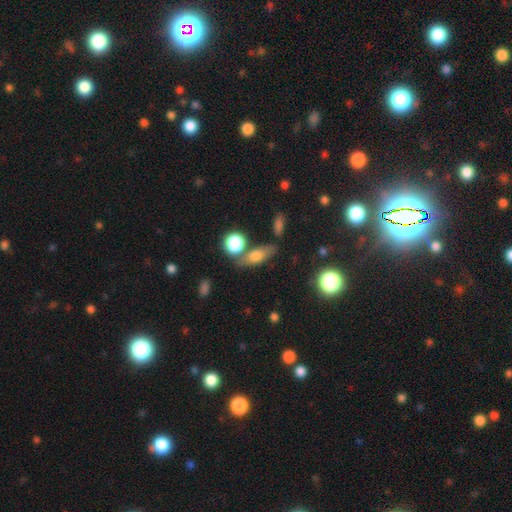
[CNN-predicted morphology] Smooth or featured: smooth — 67% (featured or disk — 21%)
How rounded: in between — 60% (cigar-shaped — 26%)
Merging: none — 61% (merger — 18%)